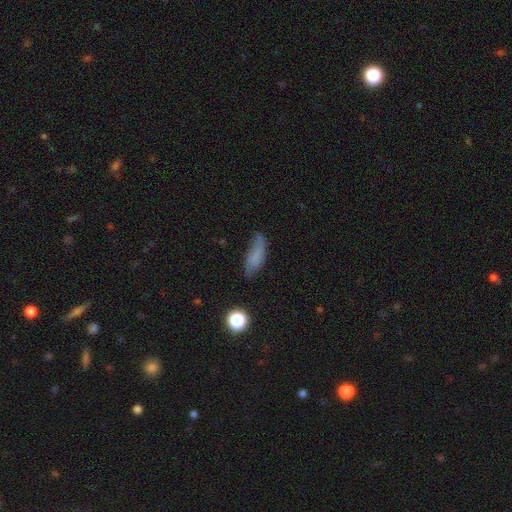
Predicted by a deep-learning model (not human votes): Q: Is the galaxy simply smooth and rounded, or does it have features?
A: smooth — 68%.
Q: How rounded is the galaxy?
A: in between — 61%.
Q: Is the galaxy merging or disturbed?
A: none — 60%.